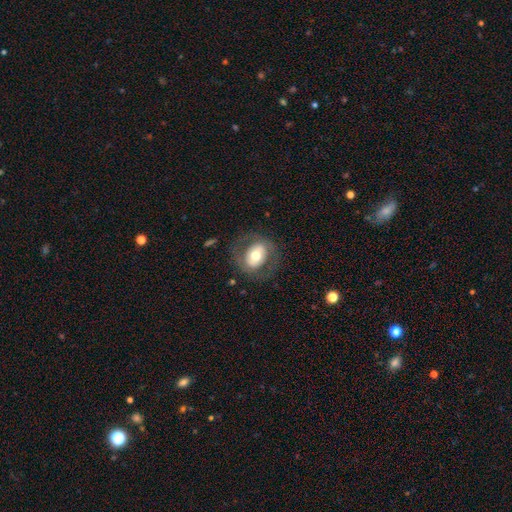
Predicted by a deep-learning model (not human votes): smooth_or_featured: smooth (p=0.48) [alt: featured or disk p=0.45]
merging: none (p=0.74) [alt: minor disturbance p=0.14]